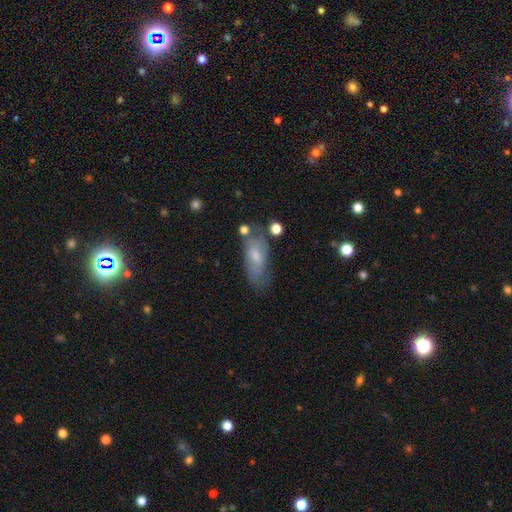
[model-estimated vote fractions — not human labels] Smooth or featured?
  - smooth: 59% *
  - featured or disk: 33%
  - star or artifact: 8%
How rounded?
  - in between: 79% *
  - cigar-shaped: 18%
  - round: 3%
Merging?
  - none: 53% *
  - minor disturbance: 27%
  - major disturbance: 13%
  - merger: 7%